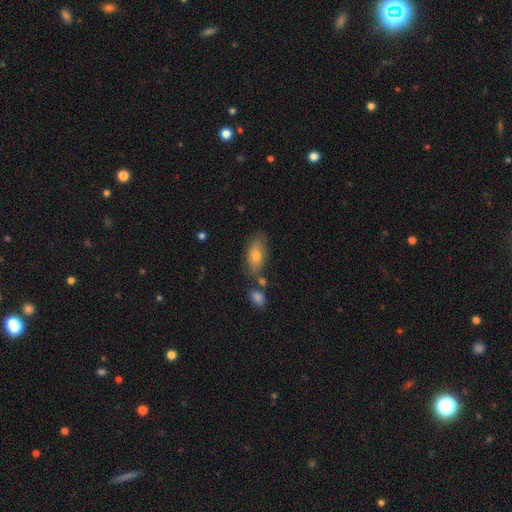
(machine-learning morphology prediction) Smooth or featured? Predicted: smooth (p=0.71). How rounded? Predicted: in between (p=0.88). Merging? Predicted: none (p=0.69).